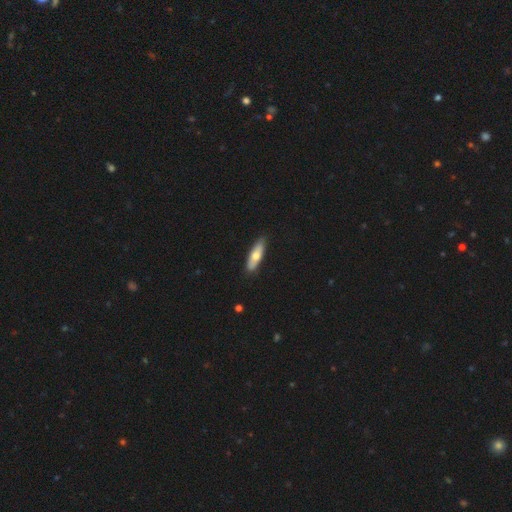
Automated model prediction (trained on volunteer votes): A smooth galaxy with no disk features (63%) that is cigar-shaped (54%). Merging: none (87%).